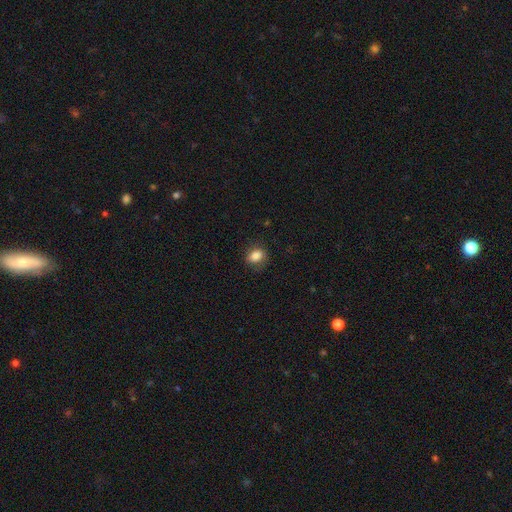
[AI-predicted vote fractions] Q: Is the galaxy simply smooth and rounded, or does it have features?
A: smooth — 84%.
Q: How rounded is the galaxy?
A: in between — 57%.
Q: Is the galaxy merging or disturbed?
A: none — 79%.